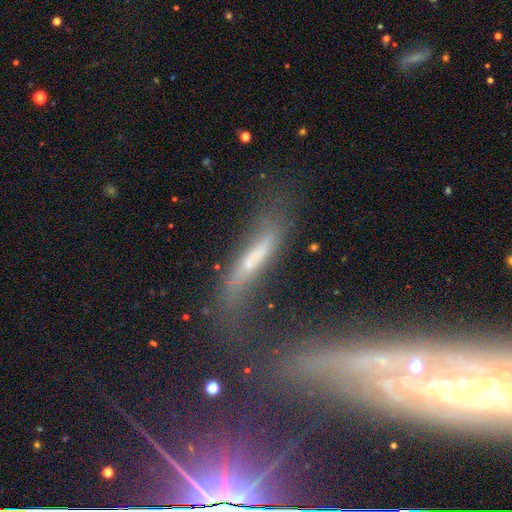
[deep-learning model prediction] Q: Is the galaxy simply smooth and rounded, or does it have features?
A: featured or disk — 52%.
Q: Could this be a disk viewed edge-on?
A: yes — 53%.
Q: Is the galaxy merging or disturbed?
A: none — 36%.